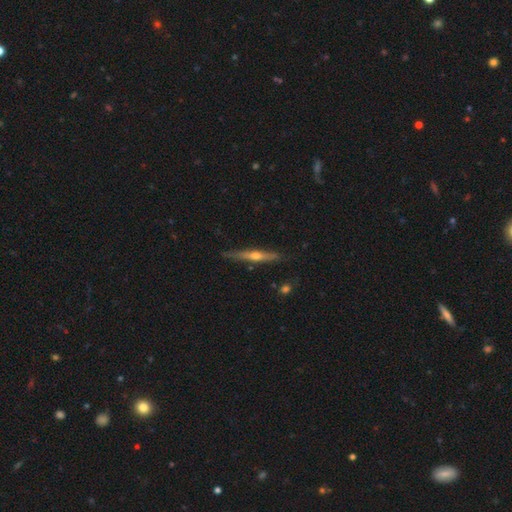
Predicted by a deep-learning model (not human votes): Smooth or featured: featured or disk — 70% (smooth — 24%)
Edge-on disk: yes — 96% (no — 4%)
Edge-on bulge: rounded — 87% (none — 10%)
Merging: none — 83% (minor disturbance — 13%)